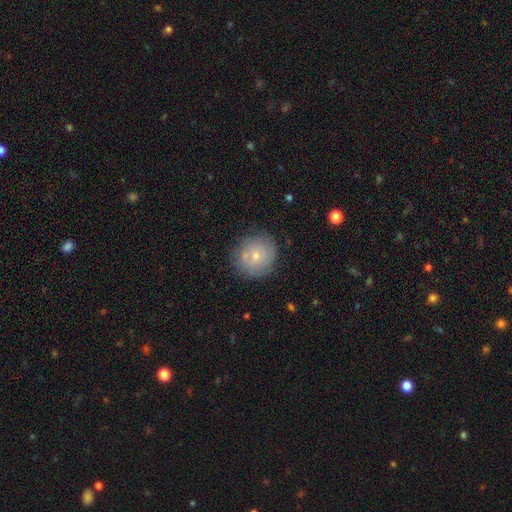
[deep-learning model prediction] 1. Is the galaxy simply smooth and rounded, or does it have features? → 63% smooth, 29% featured or disk, 9% star or artifact.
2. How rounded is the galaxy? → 89% round, 10% in between, 1% cigar-shaped.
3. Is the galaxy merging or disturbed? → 74% none, 15% minor disturbance, 7% merger, 4% major disturbance.